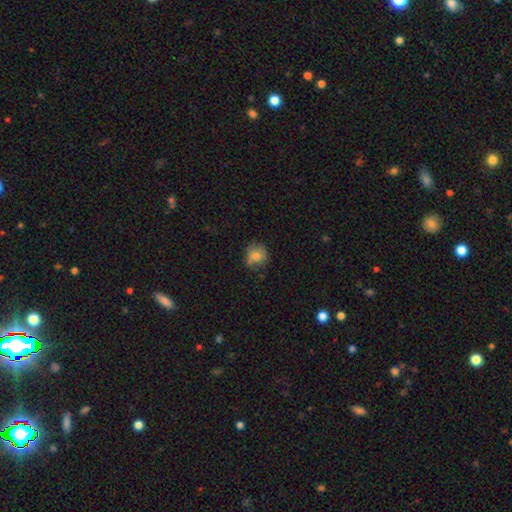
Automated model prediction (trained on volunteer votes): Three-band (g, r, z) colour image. It shows a smooth galaxy with no disk features (76%) that is round (80%). Merging: none (68%).